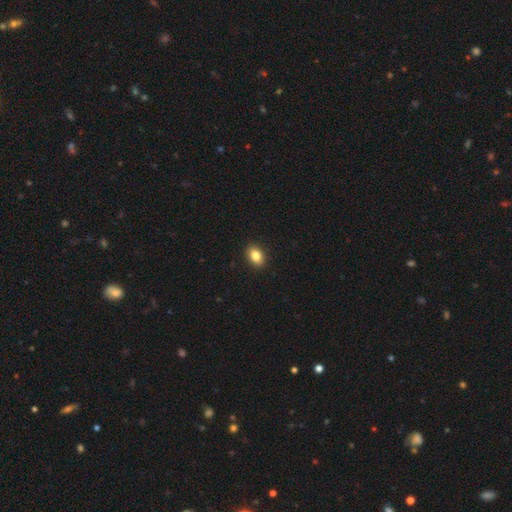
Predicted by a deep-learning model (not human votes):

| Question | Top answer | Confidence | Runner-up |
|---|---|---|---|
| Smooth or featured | smooth | 85% | star or artifact (9%) |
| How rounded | in between | 76% | round (22%) |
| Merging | none | 91% | minor disturbance (6%) |